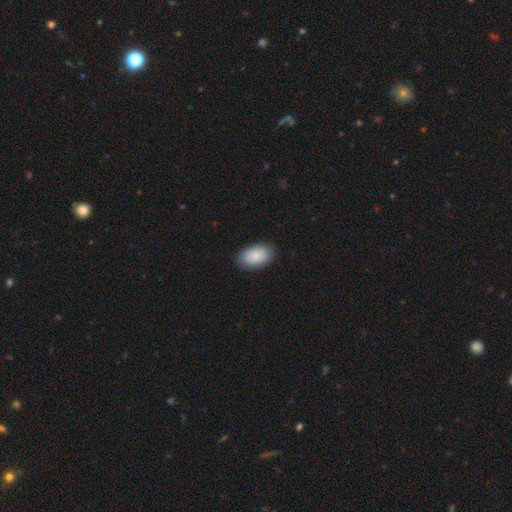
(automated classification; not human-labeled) Smooth or featured?
  - smooth: 87% *
  - featured or disk: 7%
  - star or artifact: 6%
How rounded?
  - in between: 93% *
  - round: 6%
  - cigar-shaped: 1%
Merging?
  - none: 85% *
  - minor disturbance: 11%
  - major disturbance: 2%
  - merger: 1%